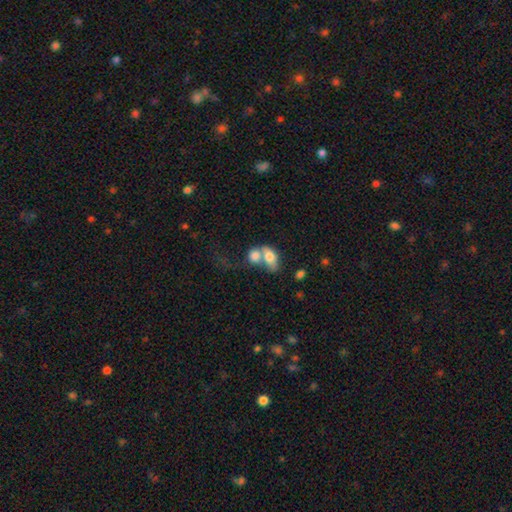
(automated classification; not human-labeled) Smooth or featured?
  - smooth: 73% *
  - featured or disk: 19%
  - star or artifact: 8%
How rounded?
  - in between: 74% *
  - round: 23%
  - cigar-shaped: 3%
Merging?
  - merger: 71% *
  - none: 15%
  - major disturbance: 8%
  - minor disturbance: 6%